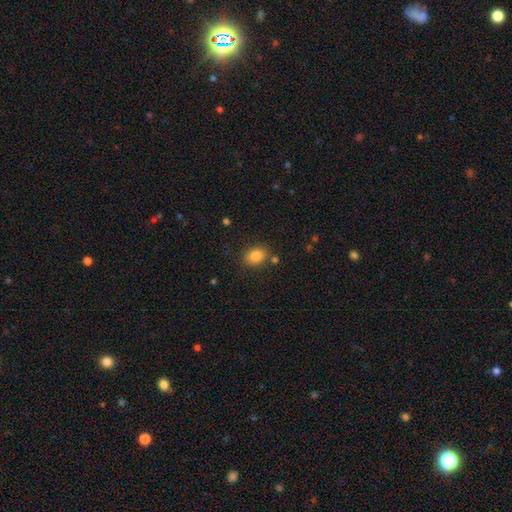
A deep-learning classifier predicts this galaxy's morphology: A smooth galaxy with no disk features (84%) that is in between round and cigar-shaped (68%). Merging: none (80%).